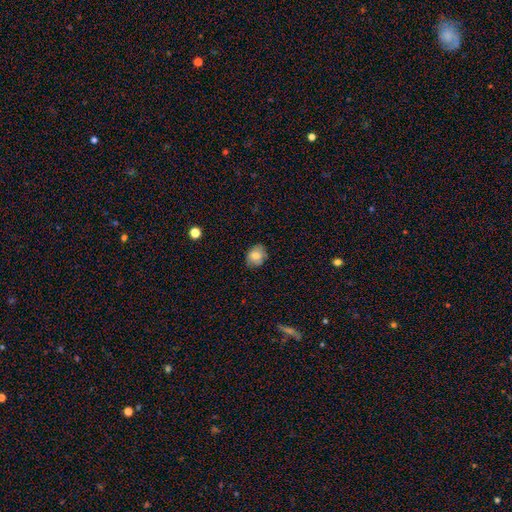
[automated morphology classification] This is likely a smooth galaxy (79%). How rounded: possibly round (57%). Merging: likely none (79%).